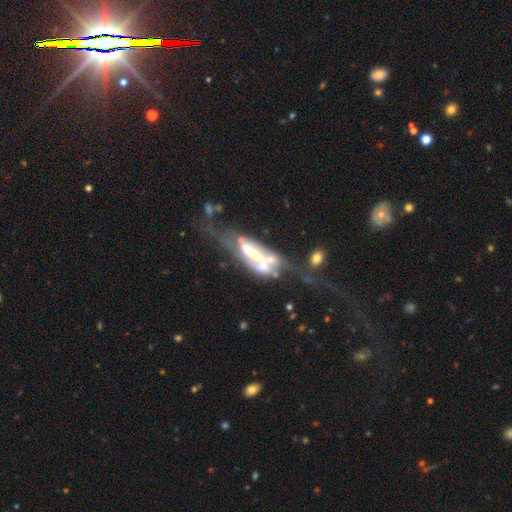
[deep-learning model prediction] Smooth or featured? Predicted: featured or disk (p=0.72). Edge-on disk? Predicted: no (p=0.80). Bar? Predicted: strong (p=0.42). Spiral arms? Predicted: no (p=0.52). Bulge size? Predicted: moderate (p=0.36). Merging? Predicted: major disturbance (p=0.41).